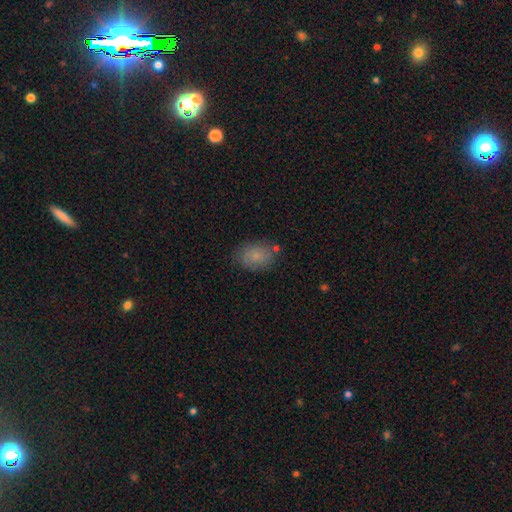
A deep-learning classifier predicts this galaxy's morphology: type=smooth (78%); roundness=in between (73%); merging=none (74%).